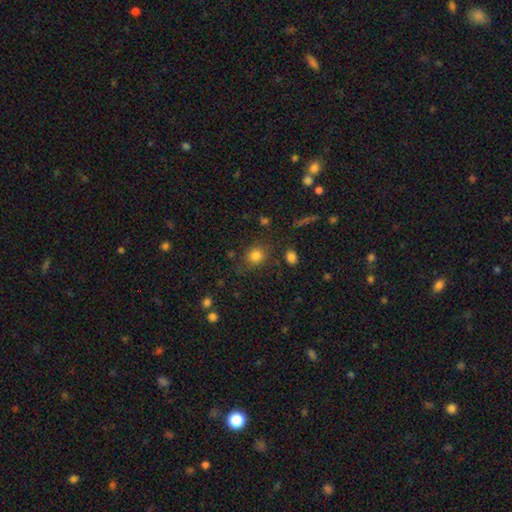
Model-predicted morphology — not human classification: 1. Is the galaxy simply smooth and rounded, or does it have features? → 81% smooth, 12% star or artifact, 7% featured or disk.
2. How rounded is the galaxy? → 74% round, 25% in between, 1% cigar-shaped.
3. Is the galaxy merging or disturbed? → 75% none, 14% minor disturbance, 6% major disturbance, 4% merger.